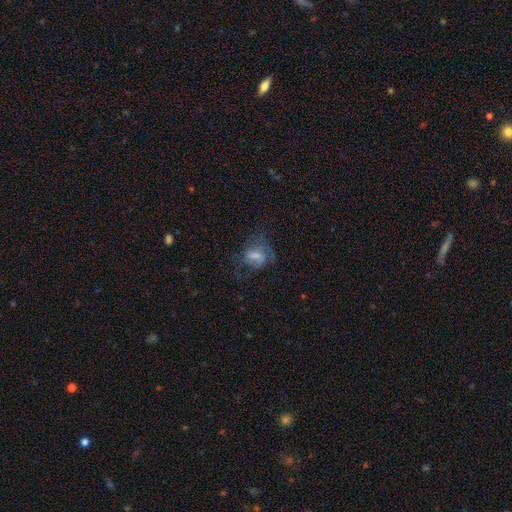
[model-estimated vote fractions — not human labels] featured or disk 45%, smooth 43%, star or artifact 12%. Down the decision tree: merging — none (40%).